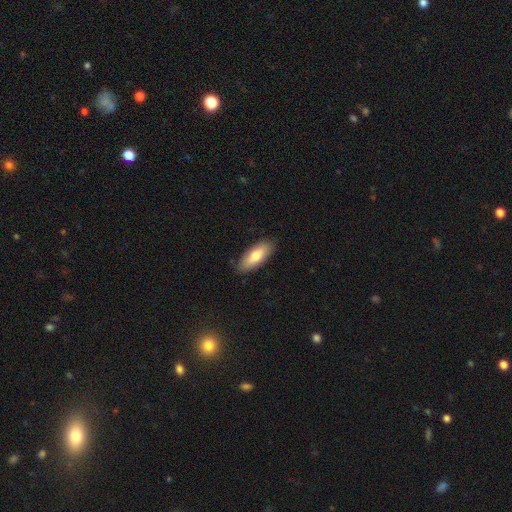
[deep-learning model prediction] Q: Smooth or featured?
A: smooth (74%); runner-up: featured or disk (20%)
Q: How rounded?
A: in between (71%); runner-up: cigar-shaped (27%)
Q: Merging?
A: none (86%); runner-up: minor disturbance (11%)